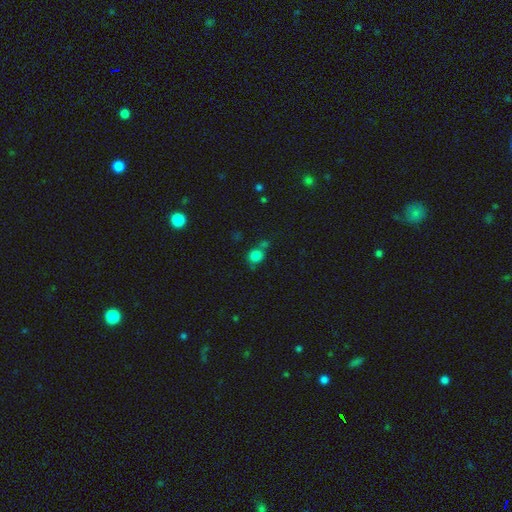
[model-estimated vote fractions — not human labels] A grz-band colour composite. It shows a smooth galaxy with no disk features (81%) that is round (85%). Merging: none (60%).